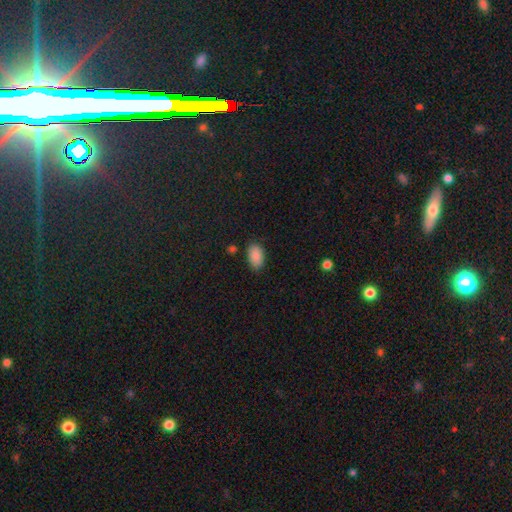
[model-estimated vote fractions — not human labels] smooth-or-featured: smooth: 88% | star or artifact: 8% | featured or disk: 4%
  how-rounded: in between: 93% | round: 6% | cigar-shaped: 1%
  merging: none: 79% | minor disturbance: 15% | major disturbance: 3% | merger: 3%